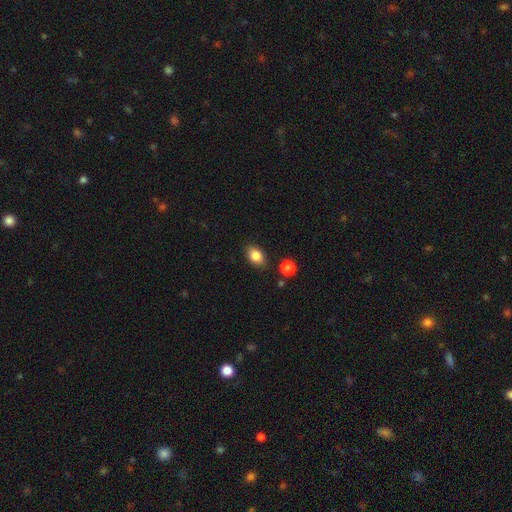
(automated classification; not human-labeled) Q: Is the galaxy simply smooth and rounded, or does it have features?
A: smooth — 84%.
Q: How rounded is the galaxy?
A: in between — 79%.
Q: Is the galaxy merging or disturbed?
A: none — 84%.